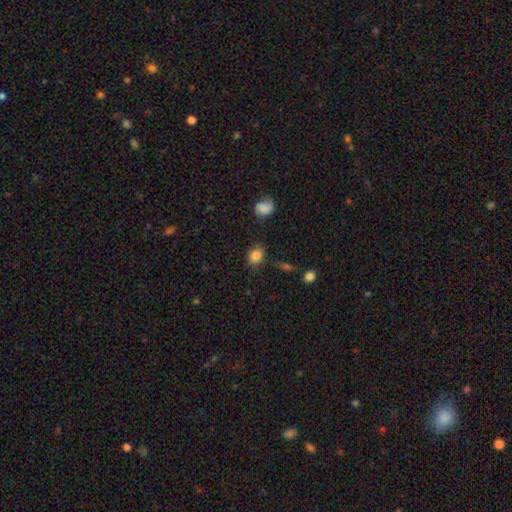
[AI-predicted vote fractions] This is clearly a smooth galaxy (85%). How rounded: possibly round (50%). Merging: likely none (79%).